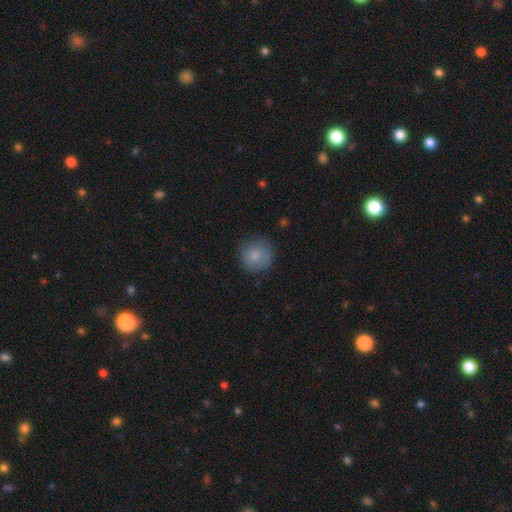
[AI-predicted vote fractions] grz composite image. It shows a smooth galaxy with no disk features (84%) that is round (91%). Merging: none (77%).